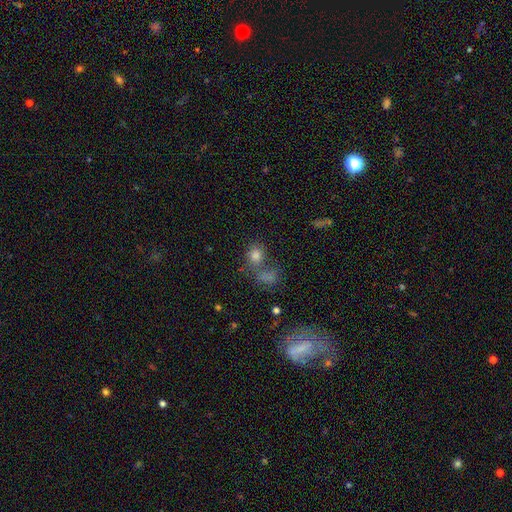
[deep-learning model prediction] smooth 73%, star or artifact 17%, featured or disk 10%. Down the decision tree: how rounded — round (66%); merging — none (47%).